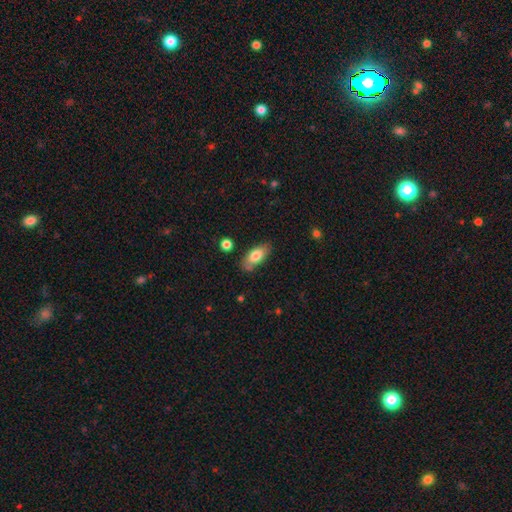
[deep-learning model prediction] Smooth or featured? Predicted: smooth (p=0.76). How rounded? Predicted: in between (p=0.87). Merging? Predicted: none (p=0.75).